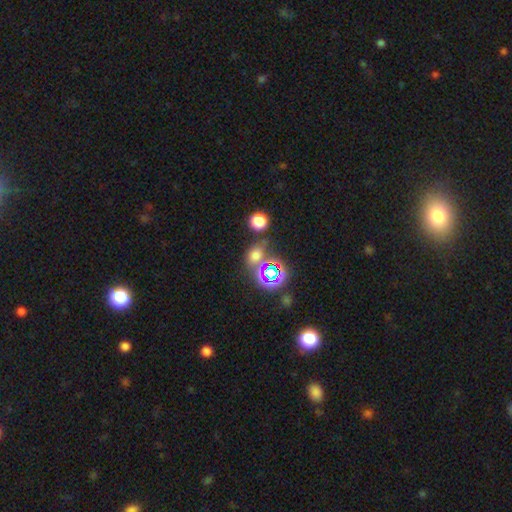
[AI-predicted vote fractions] The model was most divided on "how rounded": round: 54%, in between: 45%, cigar-shaped: 2%. More confident: merging — none (61%); smooth or featured — smooth (51%).